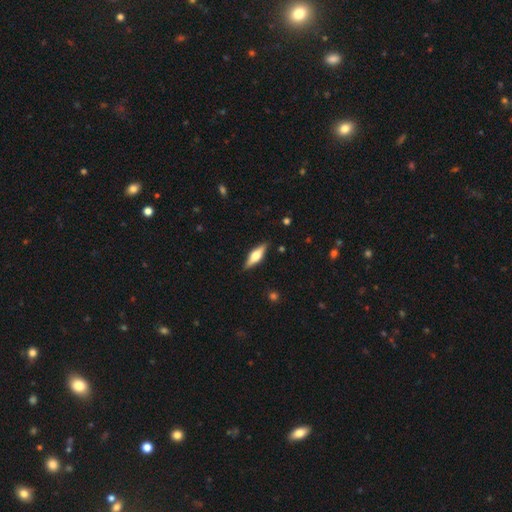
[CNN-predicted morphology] A featured or disk galaxy (58%) viewed edge-on (95%) with a rounded central bulge (91%).

Vote fractions:
- Smooth or featured? featured or disk: 58% / smooth: 36% / star or artifact: 6%
- Edge-on disk? yes: 95% / no: 5%
- Edge-on bulge? rounded: 91% / boxy: 7% / none: 2%
- Merging? none: 88% / minor disturbance: 9% / major disturbance: 2% / merger: 1%